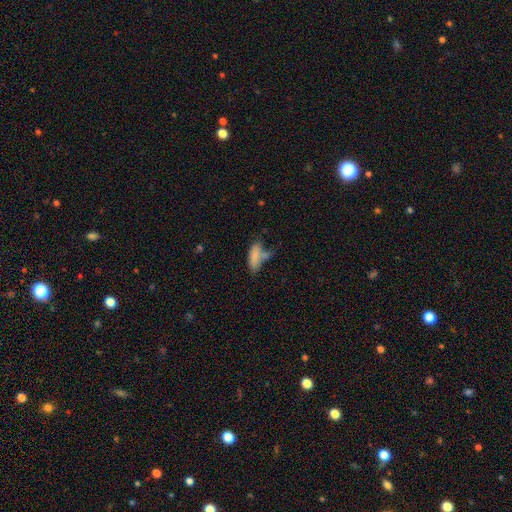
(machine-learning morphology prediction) This appears to be a smooth galaxy with no disk features (79%) that is in between round and cigar-shaped (75%). Merging: none (39%).